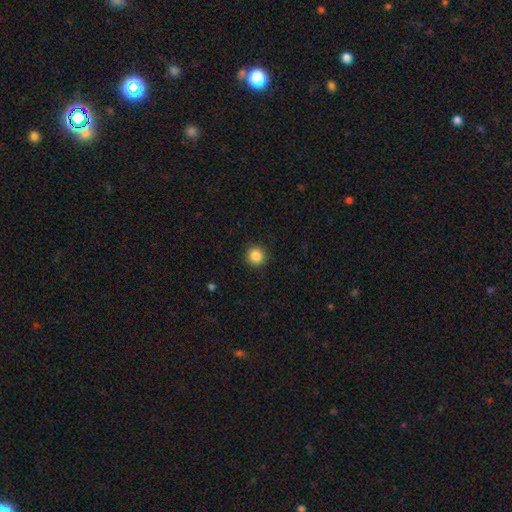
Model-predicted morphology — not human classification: smooth-or-featured: smooth: 86% | star or artifact: 10% | featured or disk: 4%
  how-rounded: round: 95% | in between: 4% | cigar-shaped: 1%
  merging: none: 92% | minor disturbance: 5% | major disturbance: 2% | merger: 1%